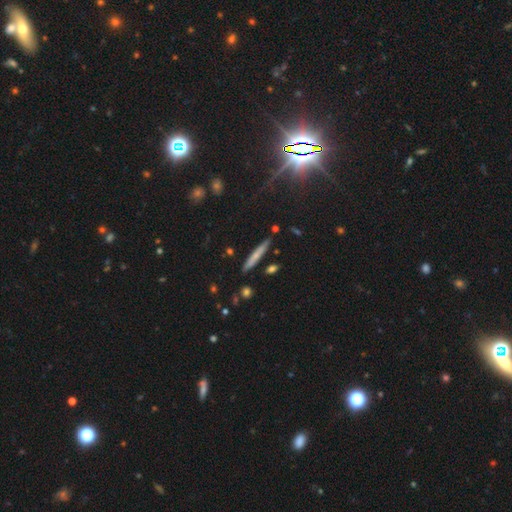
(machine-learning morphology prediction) smooth 61%, featured or disk 31%, star or artifact 8%. Down the decision tree: how rounded — cigar-shaped (94%); merging — none (86%).